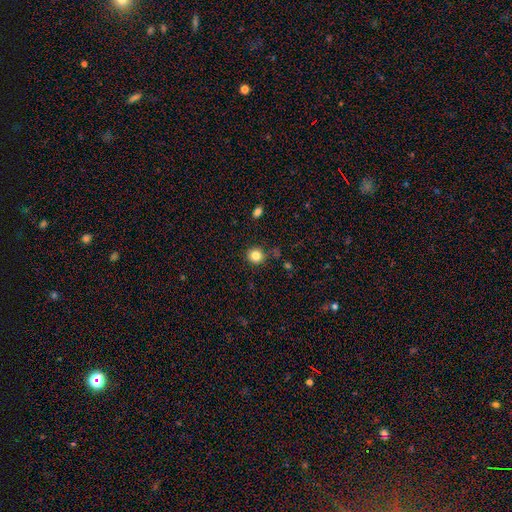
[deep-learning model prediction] Q: Smooth or featured?
A: smooth (83%); runner-up: star or artifact (12%)
Q: How rounded?
A: round (91%); runner-up: in between (8%)
Q: Merging?
A: none (87%); runner-up: minor disturbance (8%)